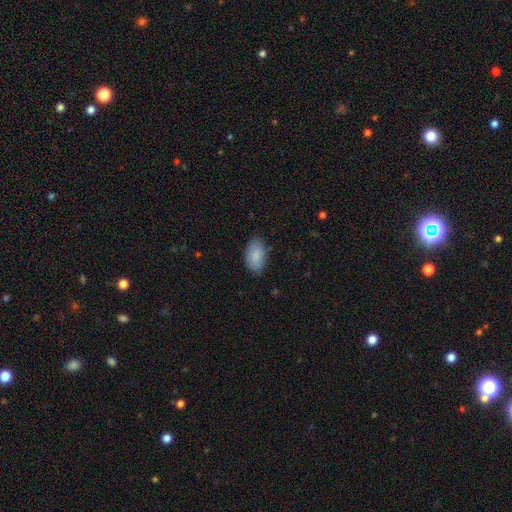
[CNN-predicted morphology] Q: Smooth or featured?
A: smooth (87%); runner-up: featured or disk (7%)
Q: How rounded?
A: in between (92%); runner-up: round (6%)
Q: Merging?
A: none (77%); runner-up: minor disturbance (18%)